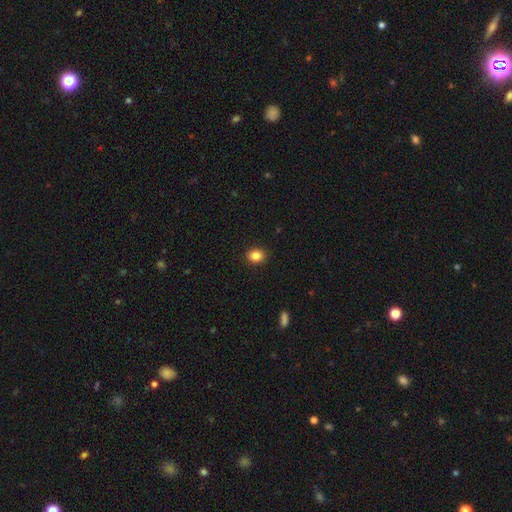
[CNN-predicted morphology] Overall: smooth (86%). How rounded: round (55%; in between 44%). Merging: none (91%).